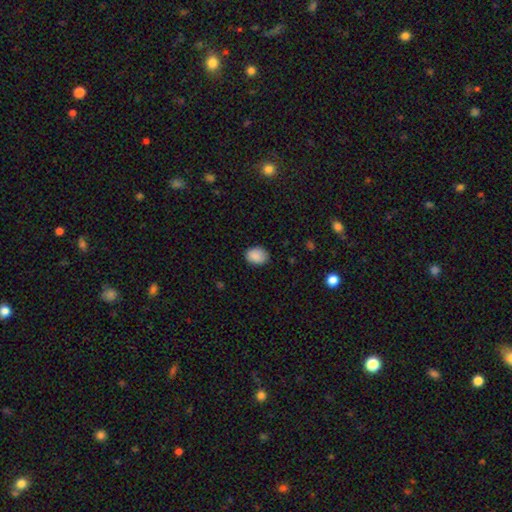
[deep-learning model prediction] This is clearly a smooth galaxy (89%). How rounded: likely in between (64%). Merging: clearly none (82%).